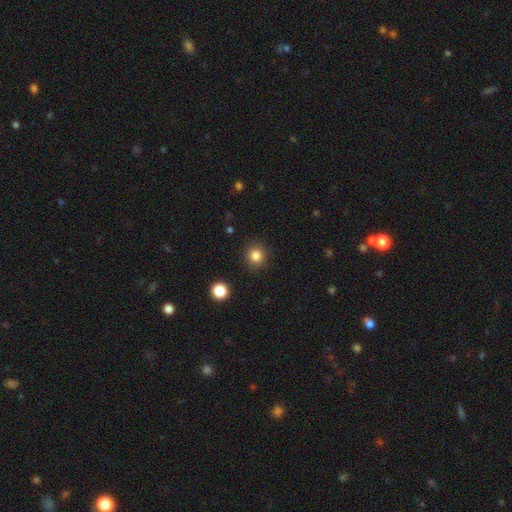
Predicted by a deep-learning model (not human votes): smooth 83%, star or artifact 12%, featured or disk 5%. Down the decision tree: how rounded — round (88%); merging — none (90%).